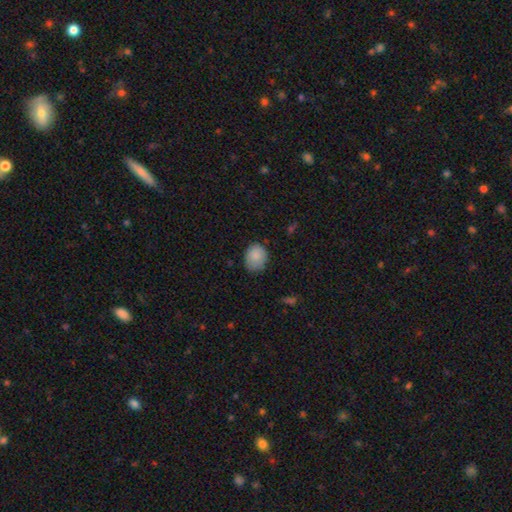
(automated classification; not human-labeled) This is clearly a smooth galaxy (85%). How rounded: possibly round (57%). Merging: likely none (71%).